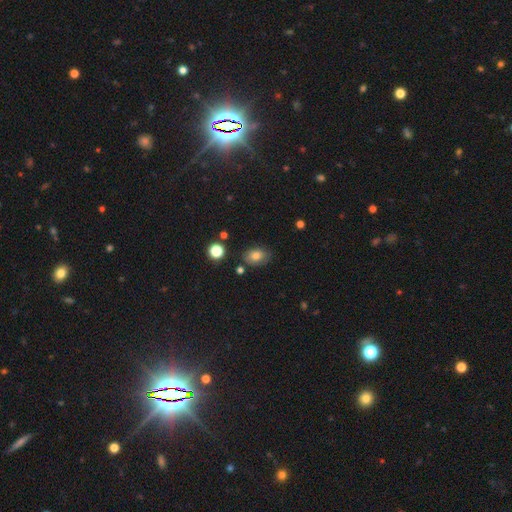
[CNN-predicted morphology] smooth-or-featured: smooth: 79% | star or artifact: 11% | featured or disk: 10%
  how-rounded: in between: 81% | round: 18% | cigar-shaped: 1%
  merging: none: 78% | minor disturbance: 15% | merger: 4% | major disturbance: 3%